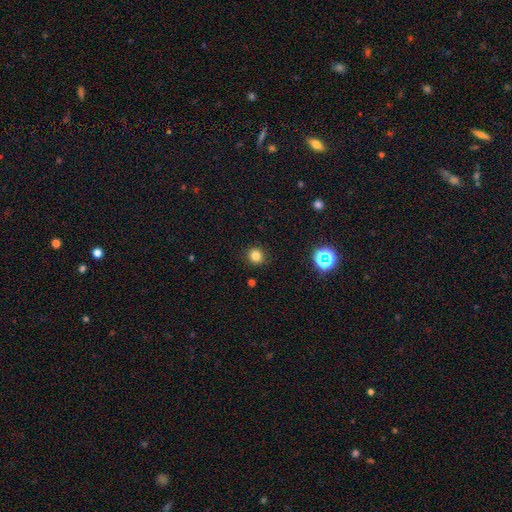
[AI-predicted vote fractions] smooth-or-featured: smooth: 80% | star or artifact: 14% | featured or disk: 5%
  how-rounded: round: 88% | in between: 11% | cigar-shaped: 1%
  merging: none: 90% | minor disturbance: 7% | major disturbance: 2% | merger: 1%